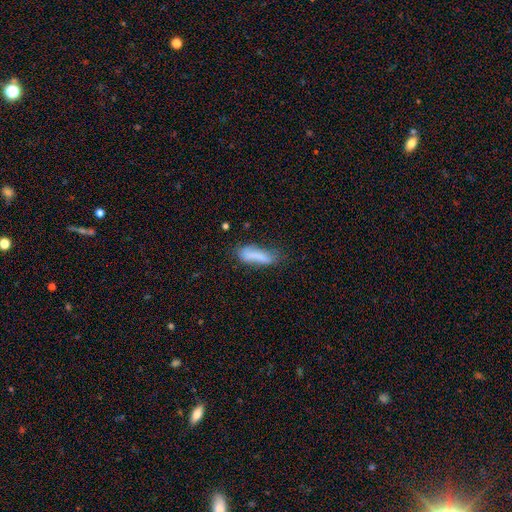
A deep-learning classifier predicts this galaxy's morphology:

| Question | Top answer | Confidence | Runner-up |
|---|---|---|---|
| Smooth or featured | smooth | 75% | featured or disk (17%) |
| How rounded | cigar-shaped | 50% | in between (48%) |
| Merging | none | 50% | minor disturbance (31%) |